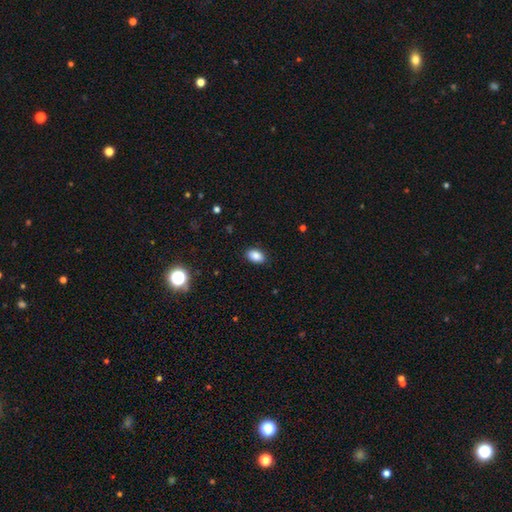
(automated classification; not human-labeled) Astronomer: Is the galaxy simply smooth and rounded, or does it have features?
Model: smooth — 87%.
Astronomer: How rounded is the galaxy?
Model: in between — 89%.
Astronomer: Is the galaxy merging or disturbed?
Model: none — 88%.